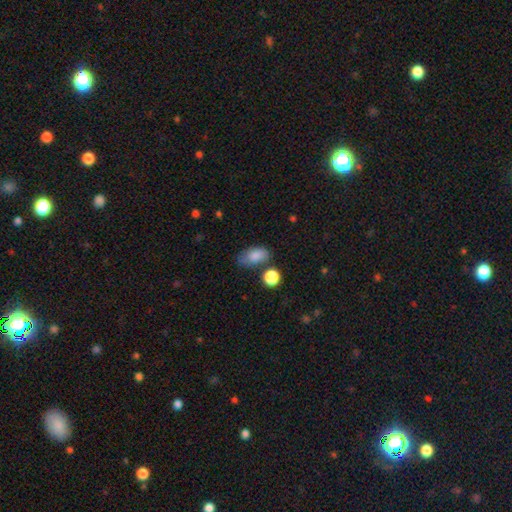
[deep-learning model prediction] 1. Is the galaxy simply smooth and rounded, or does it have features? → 83% smooth, 9% featured or disk, 8% star or artifact.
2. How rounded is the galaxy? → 90% in between, 8% round, 2% cigar-shaped.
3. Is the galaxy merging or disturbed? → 60% none, 24% minor disturbance, 9% merger, 7% major disturbance.